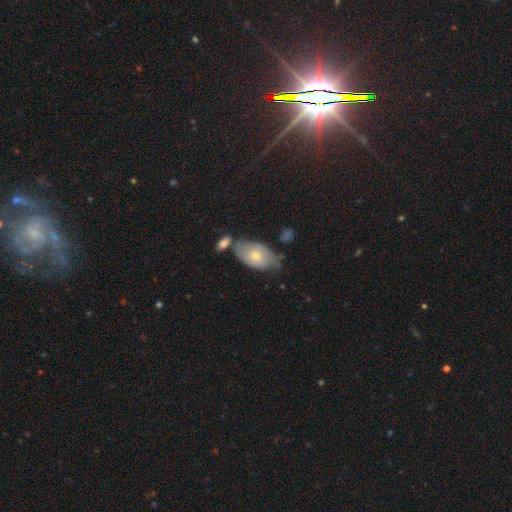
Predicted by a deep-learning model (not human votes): This is possibly a smooth galaxy (59%). How rounded: clearly in between (92%). Merging: possibly none (48%).